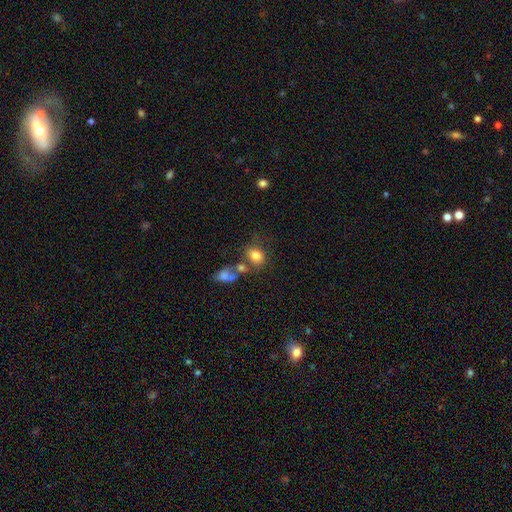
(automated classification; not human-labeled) smooth_or_featured: smooth (p=0.78) [alt: star or artifact p=0.11]
how_rounded: round (p=0.51) [alt: in between p=0.48]
merging: none (p=0.55) [alt: merger p=0.21]